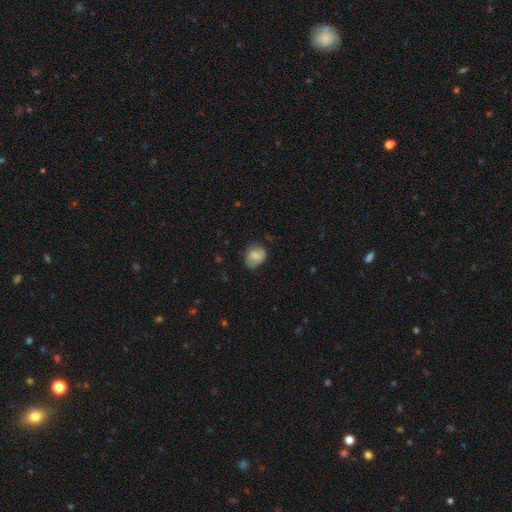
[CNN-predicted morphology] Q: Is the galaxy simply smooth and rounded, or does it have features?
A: smooth — 70%.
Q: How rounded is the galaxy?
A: round — 57%.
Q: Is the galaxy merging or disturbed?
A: none — 68%.